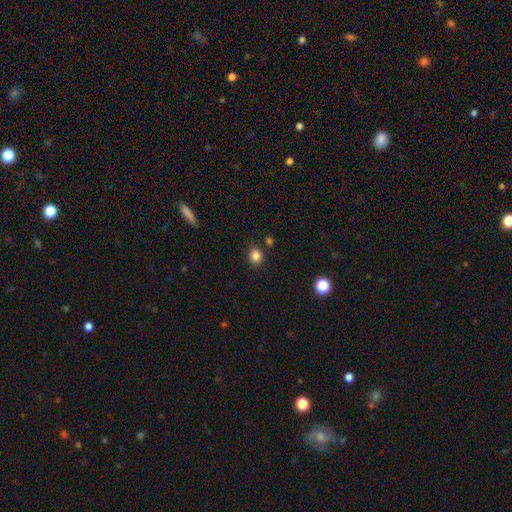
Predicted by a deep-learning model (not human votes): A smooth galaxy with no disk features (84%) that is round (64%). Merging: none (83%).